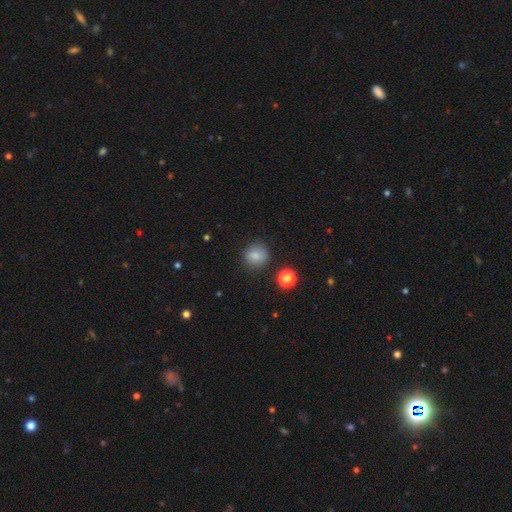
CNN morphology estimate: The model was most divided on "how rounded": round: 84%, in between: 15%, cigar-shaped: 1%. More confident: merging — none (84%); smooth or featured — smooth (82%).